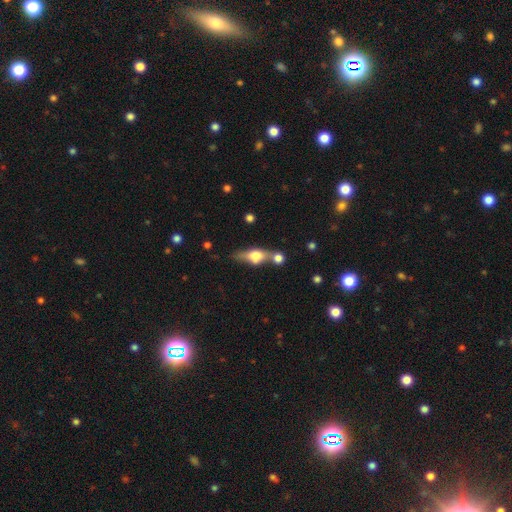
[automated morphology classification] Smooth or featured?
  - smooth: 48% *
  - featured or disk: 43%
  - star or artifact: 9%
Merging?
  - none: 46% *
  - merger: 30%
  - minor disturbance: 16%
  - major disturbance: 8%